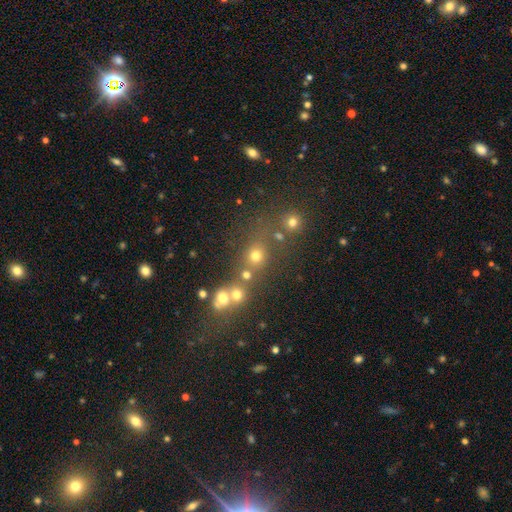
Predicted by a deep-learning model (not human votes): Smooth or featured?
  - smooth: 68% *
  - star or artifact: 22%
  - featured or disk: 10%
How rounded?
  - round: 80% *
  - in between: 18%
  - cigar-shaped: 2%
Merging?
  - none: 60% *
  - merger: 23%
  - minor disturbance: 10%
  - major disturbance: 7%